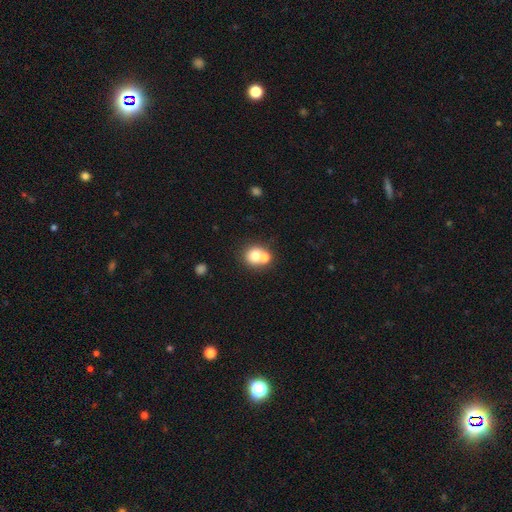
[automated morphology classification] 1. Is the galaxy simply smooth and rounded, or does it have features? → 72% smooth, 17% featured or disk, 11% star or artifact.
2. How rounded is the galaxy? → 82% round, 17% in between, 1% cigar-shaped.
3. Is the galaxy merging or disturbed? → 50% merger, 41% none, 6% minor disturbance, 3% major disturbance.